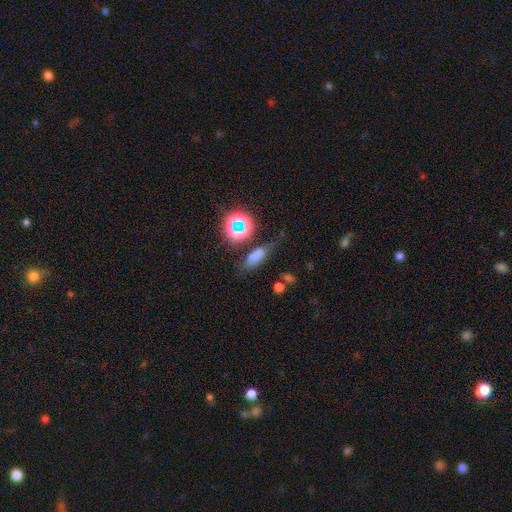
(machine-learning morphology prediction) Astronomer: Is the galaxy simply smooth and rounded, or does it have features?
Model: smooth — 68%.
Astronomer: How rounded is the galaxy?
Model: in between — 64%.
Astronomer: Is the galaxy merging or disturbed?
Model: none — 63%.